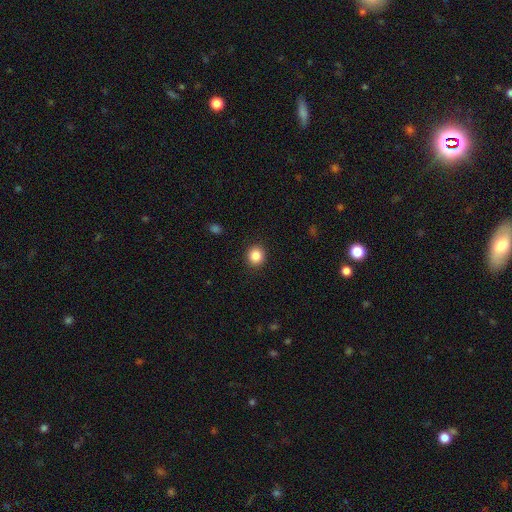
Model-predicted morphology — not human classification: This appears to be a smooth galaxy with no disk features (86%) that is round (88%). Merging: none (91%).